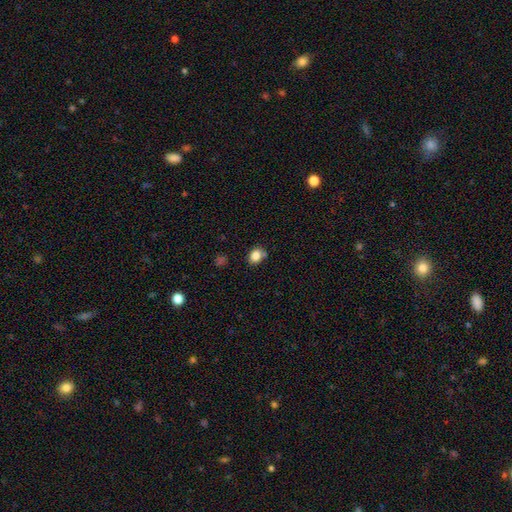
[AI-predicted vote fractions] A smooth galaxy with no disk features (84%) that is in between round and cigar-shaped (54%). Merging: none (73%).